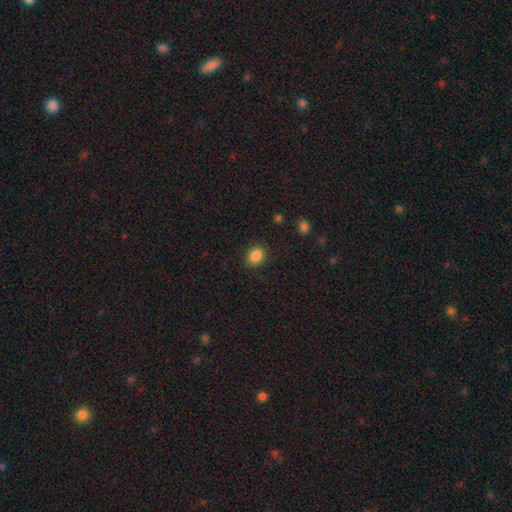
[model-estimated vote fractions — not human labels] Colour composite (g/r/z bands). It shows a smooth galaxy with no disk features (86%) that is round (50%). Merging: none (87%).